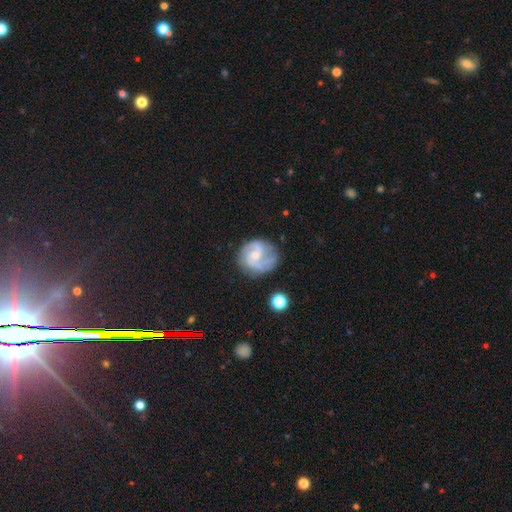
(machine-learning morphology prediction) This is clearly a featured or disk galaxy (80%). It is clearly not viewed edge-on (98%). Bar: possibly no (54%). Spiral arm pattern: clearly yes (95%). Spiral arm count: likely 2 (61%). Spiral winding: possibly medium (51%). Central bulge: possibly small (55%). Merging: likely none (69%).